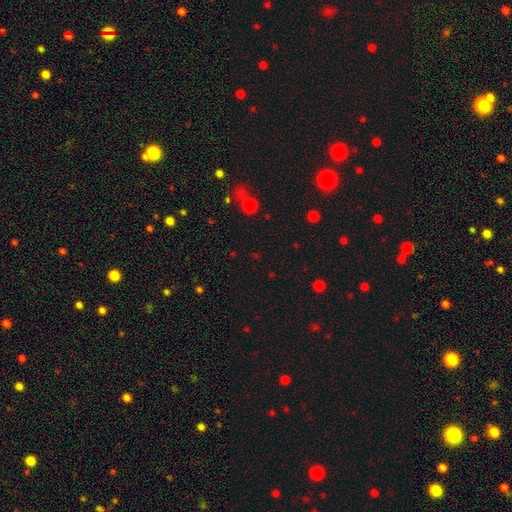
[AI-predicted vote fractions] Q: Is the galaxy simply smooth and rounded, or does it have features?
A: star or artifact — 52%.